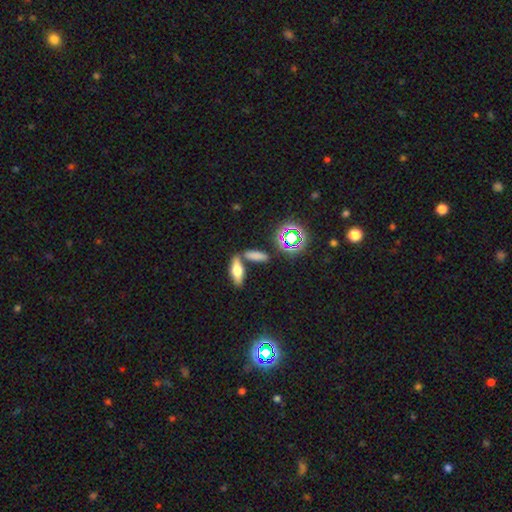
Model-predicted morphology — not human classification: The model was most divided on "how rounded": in between: 49%, cigar-shaped: 42%, round: 9%. More confident: merging — none (66%); smooth or featured — smooth (64%).